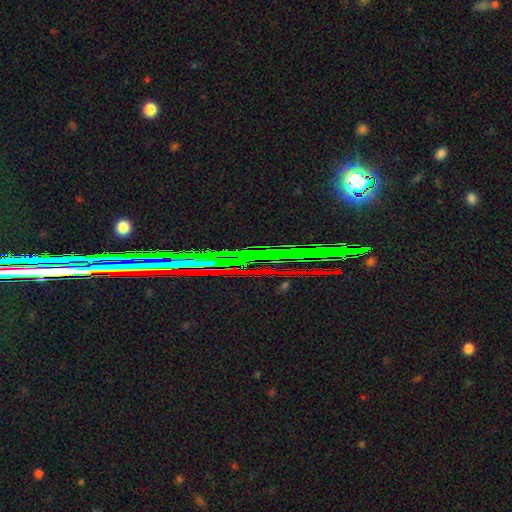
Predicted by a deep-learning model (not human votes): Smooth or featured? Predicted: star or artifact (p=0.73).